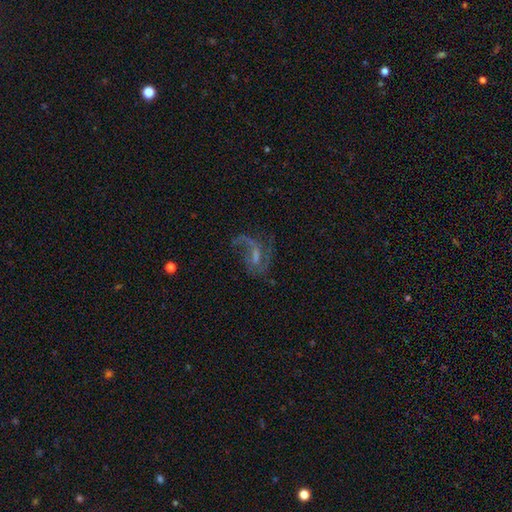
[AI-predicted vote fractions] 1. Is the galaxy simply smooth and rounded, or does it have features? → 79% featured or disk, 12% star or artifact, 10% smooth.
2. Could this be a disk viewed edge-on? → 97% no, 3% yes.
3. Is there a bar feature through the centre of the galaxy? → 51% weak, 30% no, 19% strong.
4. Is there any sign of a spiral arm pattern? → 90% yes, 10% no.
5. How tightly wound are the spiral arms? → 63% loose, 29% medium, 7% tight.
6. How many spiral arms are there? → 58% 2, 27% 1, 7% can't tell, 4% 3, 2% 4, 2% more than 4.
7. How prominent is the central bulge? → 48% small, 25% none, 23% moderate, 2% large, 1% dominant.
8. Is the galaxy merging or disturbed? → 49% none, 30% major disturbance, 17% minor disturbance, 4% merger.